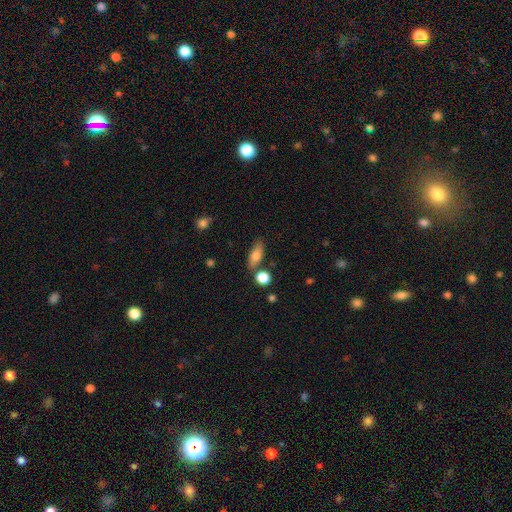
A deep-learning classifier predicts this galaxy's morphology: Smooth or featured?
  - smooth: 78% *
  - featured or disk: 14%
  - star or artifact: 8%
How rounded?
  - in between: 73% *
  - cigar-shaped: 21%
  - round: 5%
Merging?
  - none: 74% *
  - minor disturbance: 13%
  - merger: 9%
  - major disturbance: 4%